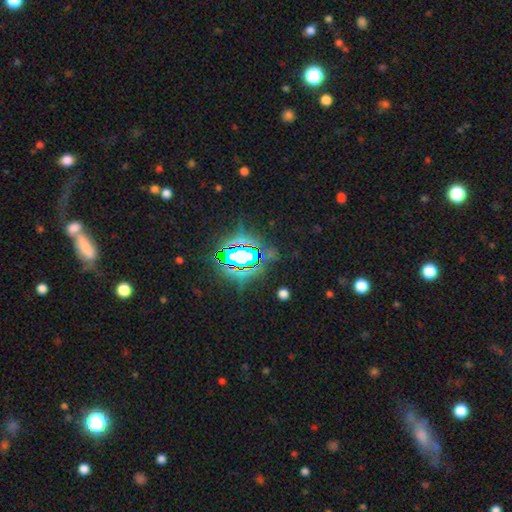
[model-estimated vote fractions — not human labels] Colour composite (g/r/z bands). It shows a star or artifact, not a galaxy (81%).